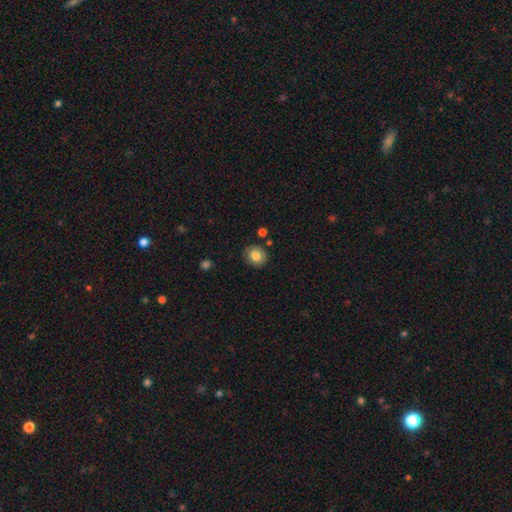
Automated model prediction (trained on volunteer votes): Overall: smooth (81%). How rounded: round (71%). Merging: none (85%).